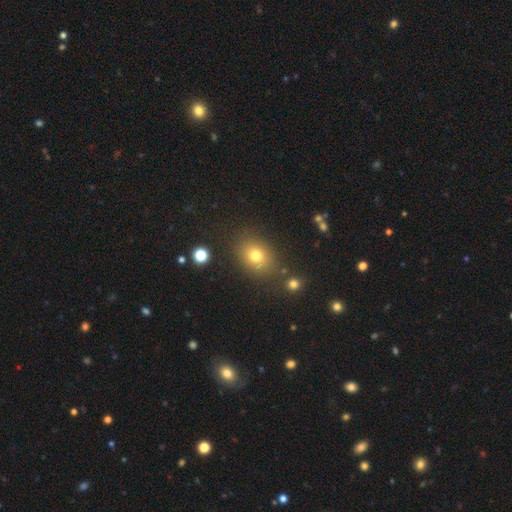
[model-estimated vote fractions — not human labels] Q: Smooth or featured?
A: smooth (75%); runner-up: star or artifact (15%)
Q: How rounded?
A: round (51%); runner-up: in between (48%)
Q: Merging?
A: none (80%); runner-up: minor disturbance (12%)